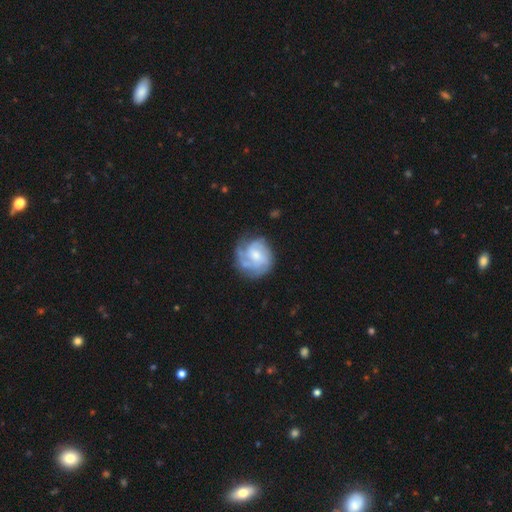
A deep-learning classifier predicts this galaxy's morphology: smooth_or_featured: featured or disk (p=0.72) [alt: smooth p=0.22]
disk_edge_on: no (p=0.98) [alt: yes p=0.02]
bar: no (p=0.55) [alt: weak p=0.39]
has_spiral_arms: yes (p=0.90) [alt: no p=0.10]
spiral_winding: tight (p=0.50) [alt: medium p=0.37]
spiral_arm_count: can't tell (p=0.31) [alt: 3 p=0.26]
bulge_size: moderate (p=0.48) [alt: small p=0.35]
merging: none (p=0.65) [alt: minor disturbance p=0.21]